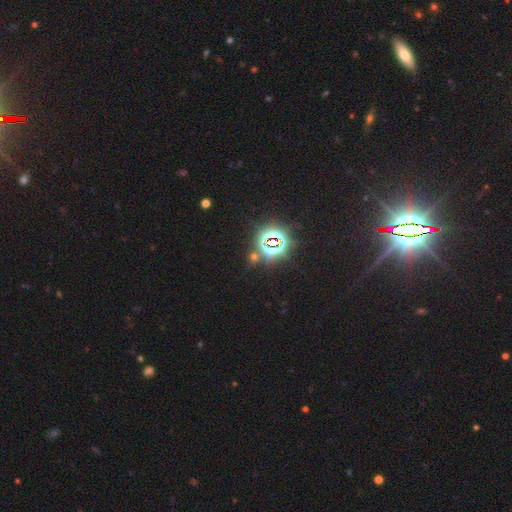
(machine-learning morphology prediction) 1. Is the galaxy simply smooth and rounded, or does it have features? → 81% star or artifact, 11% smooth, 8% featured or disk.